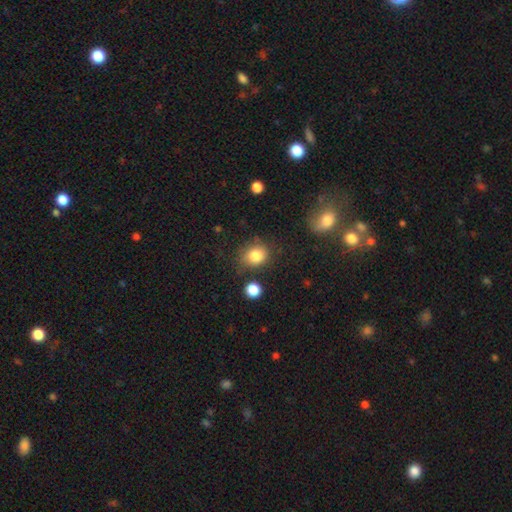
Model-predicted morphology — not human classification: Q: Smooth or featured?
A: smooth (83%); runner-up: star or artifact (11%)
Q: How rounded?
A: round (66%); runner-up: in between (33%)
Q: Merging?
A: none (76%); runner-up: minor disturbance (14%)